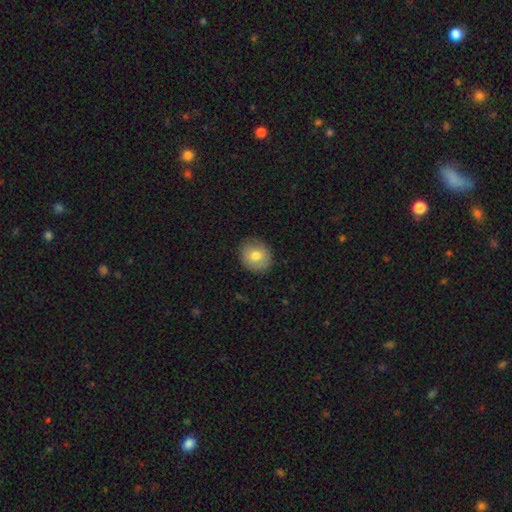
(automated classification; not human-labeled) Q: Smooth or featured?
A: smooth (78%); runner-up: featured or disk (14%)
Q: How rounded?
A: round (79%); runner-up: in between (20%)
Q: Merging?
A: none (86%); runner-up: minor disturbance (10%)